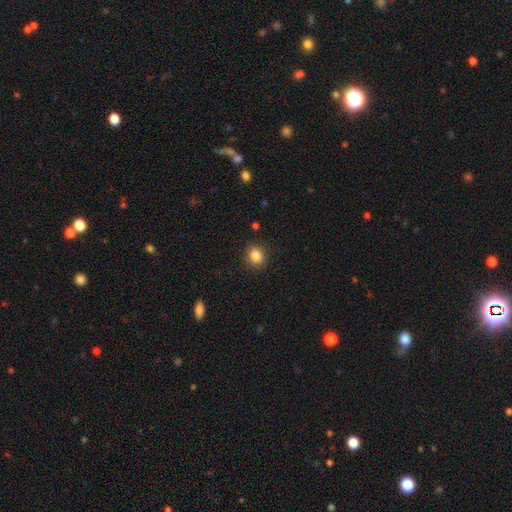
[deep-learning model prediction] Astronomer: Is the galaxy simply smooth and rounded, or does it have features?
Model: smooth — 85%.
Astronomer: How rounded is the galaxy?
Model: round — 78%.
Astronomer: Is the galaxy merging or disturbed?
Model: none — 89%.